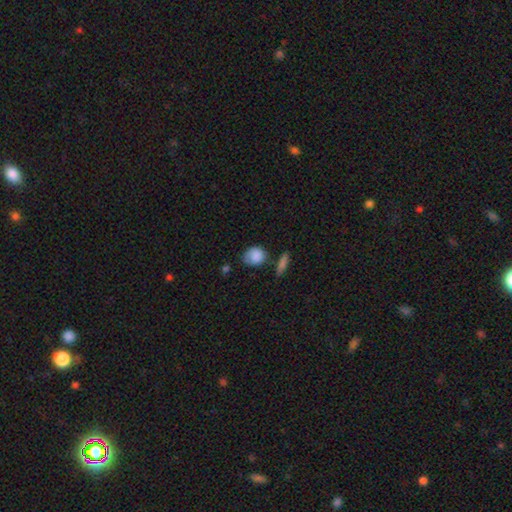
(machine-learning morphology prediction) This is clearly a smooth galaxy (84%). How rounded: likely round (61%). Merging: possibly none (54%).